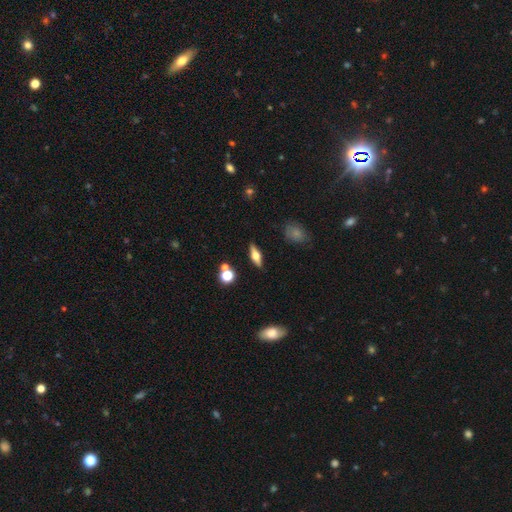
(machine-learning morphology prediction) featured or disk 52%, smooth 39%, star or artifact 9%. Down the decision tree: edge-on disk — yes (91%); merging — none (86%).